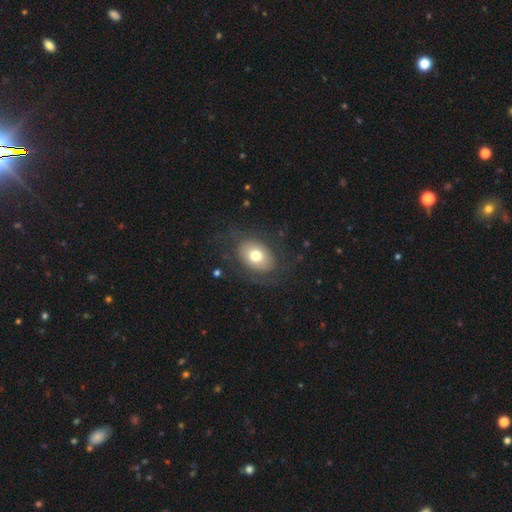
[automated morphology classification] type=smooth (61%); roundness=in between (75%); merging=none (73%).